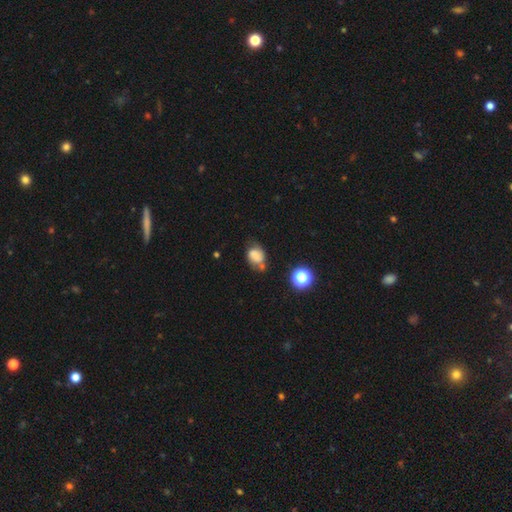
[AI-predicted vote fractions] A smooth galaxy with no disk features (72%) that is in between round and cigar-shaped (53%). Merging: none (45%).